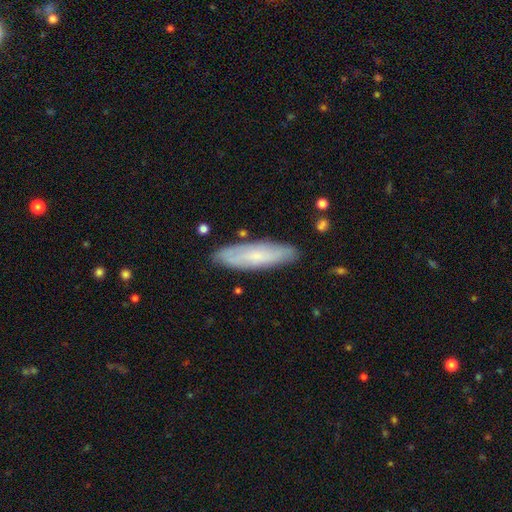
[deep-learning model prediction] Morphology: type=smooth (53%); roundness=cigar-shaped (60%); merging=none (82%).